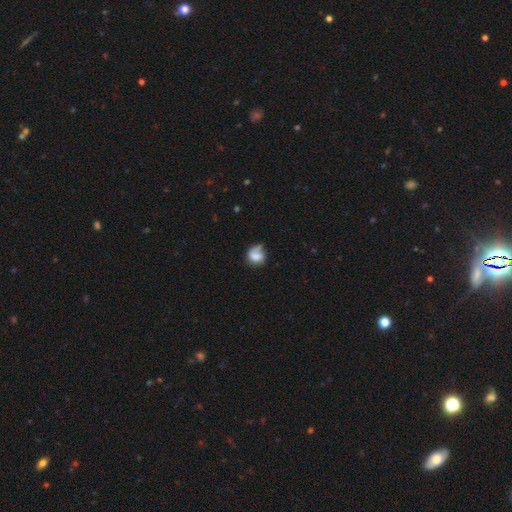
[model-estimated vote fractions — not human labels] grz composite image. It shows a smooth galaxy with no disk features (65%) that is round (61%). Merging: none (41%).